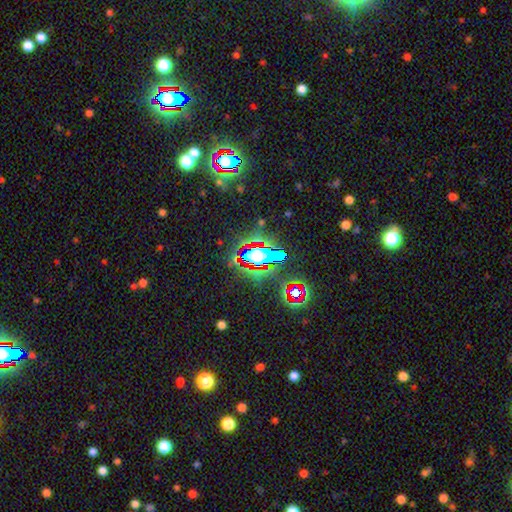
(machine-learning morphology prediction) Smooth or featured: star or artifact — 61% (smooth — 23%)